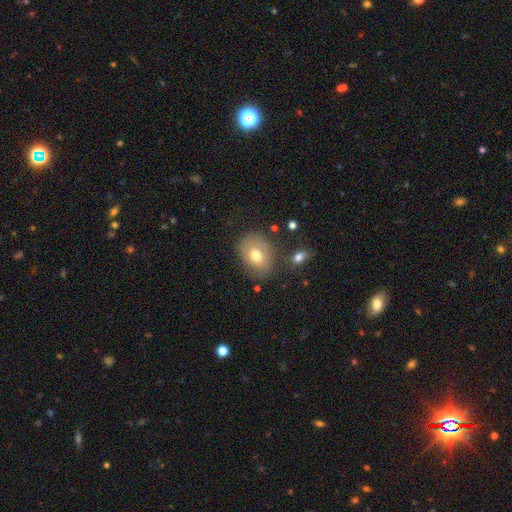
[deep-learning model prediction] Smooth or featured? smooth (69%)
How rounded? in between (61%)
Merging? none (71%)